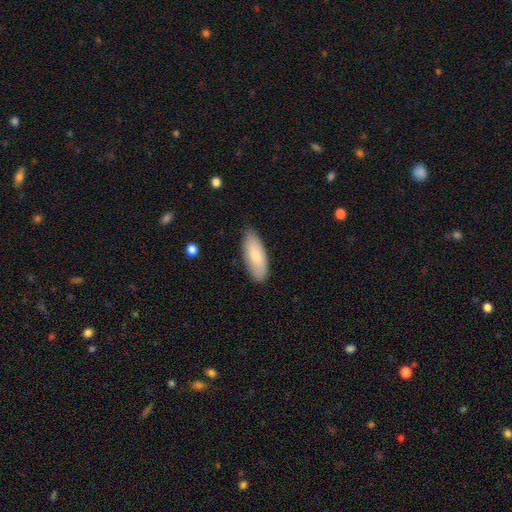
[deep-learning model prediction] Smooth or featured?
  - smooth: 79% *
  - featured or disk: 15%
  - star or artifact: 6%
How rounded?
  - in between: 76% *
  - cigar-shaped: 23%
  - round: 2%
Merging?
  - none: 85% *
  - minor disturbance: 12%
  - major disturbance: 2%
  - merger: 1%